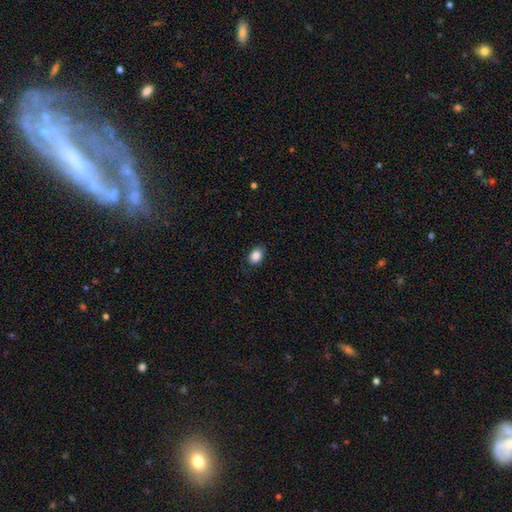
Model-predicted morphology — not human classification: Overall: smooth (87%). How rounded: in between (77%). Merging: none (82%).